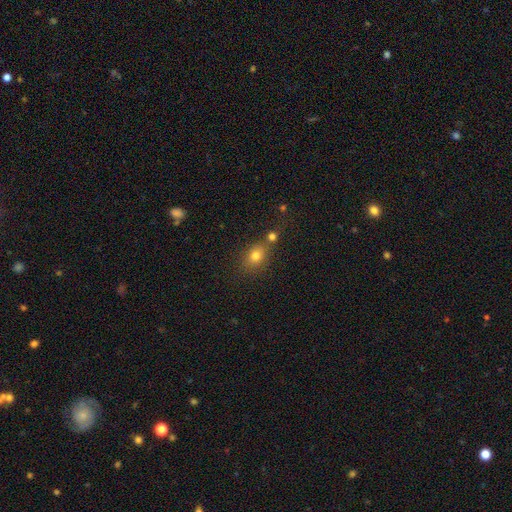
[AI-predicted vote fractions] Smooth or featured: smooth — 77% (star or artifact — 13%)
How rounded: in between — 52% (round — 47%)
Merging: none — 58% (merger — 25%)